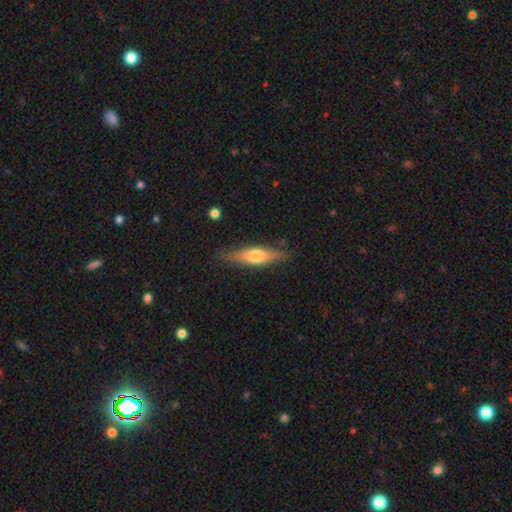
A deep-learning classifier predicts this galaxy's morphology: Smooth or featured: smooth — 50% (featured or disk — 44%)
How rounded: cigar-shaped — 64% (in between — 33%)
Merging: none — 83% (minor disturbance — 13%)